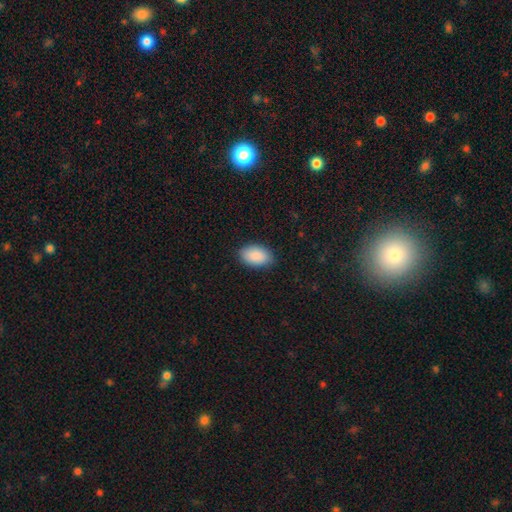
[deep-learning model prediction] Smooth or featured? smooth (90%)
How rounded? in between (93%)
Merging? none (86%)